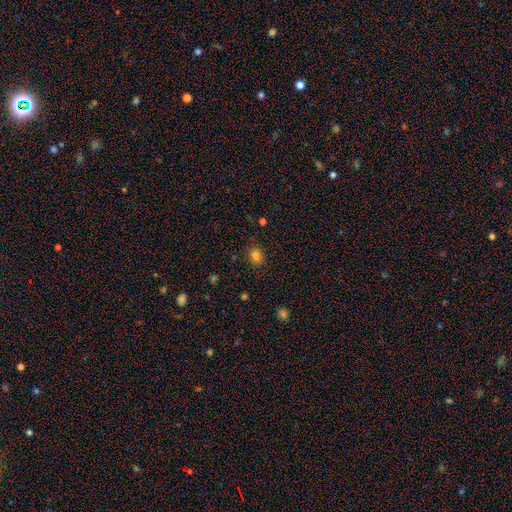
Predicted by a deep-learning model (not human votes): smooth-or-featured: smooth: 81% | star or artifact: 14% | featured or disk: 6%
  how-rounded: round: 62% | in between: 37% | cigar-shaped: 1%
  merging: none: 86% | minor disturbance: 10% | major disturbance: 3% | merger: 1%